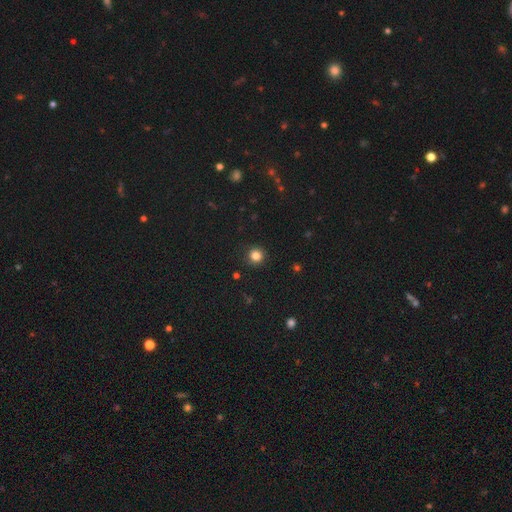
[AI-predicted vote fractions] This is clearly a smooth galaxy (84%). How rounded: clearly round (94%). Merging: clearly none (91%).